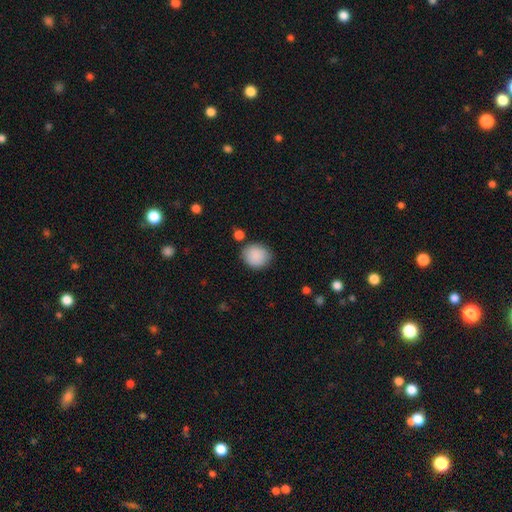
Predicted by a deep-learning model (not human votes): A smooth galaxy with no disk features (89%) that is round (73%).

Vote fractions:
- Smooth or featured? smooth: 89% / star or artifact: 7% / featured or disk: 4%
- How rounded? round: 73% / in between: 26% / cigar-shaped: 1%
- Merging? none: 80% / minor disturbance: 13% / merger: 4% / major disturbance: 3%